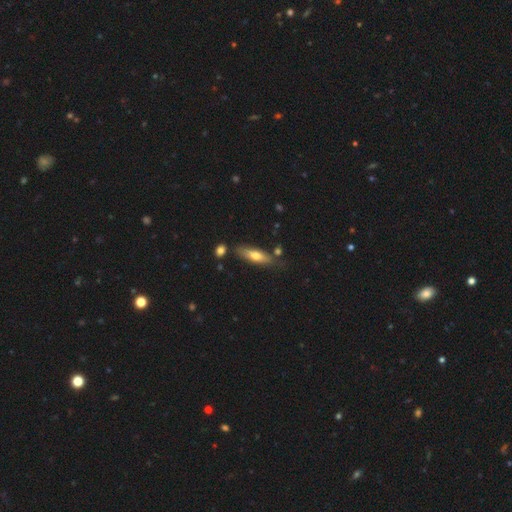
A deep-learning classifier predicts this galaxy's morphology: A smooth galaxy with no disk features (61%) that is cigar-shaped (57%). Merging: none (75%).